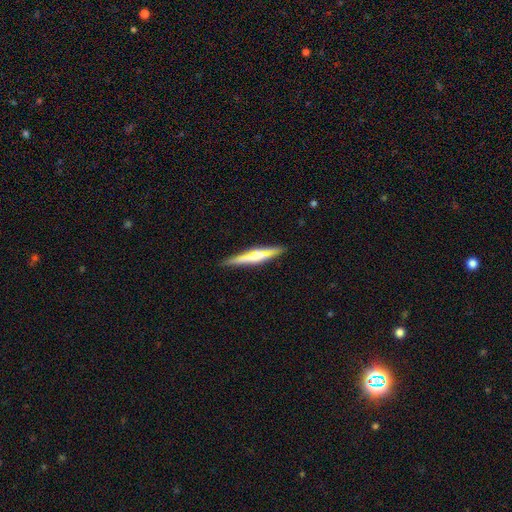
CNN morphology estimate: The model was most divided on "smooth or featured": featured or disk: 55%, smooth: 40%, star or artifact: 5%. More confident: edge-on disk — yes (97%); merging — none (89%); edge-on bulge — rounded (60%).